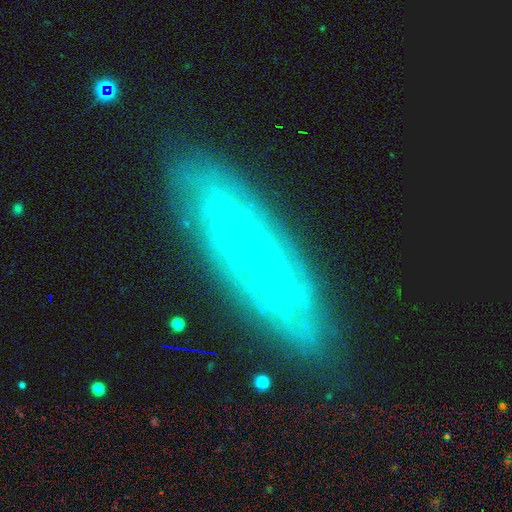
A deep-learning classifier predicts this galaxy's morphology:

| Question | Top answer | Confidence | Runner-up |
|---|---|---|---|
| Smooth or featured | featured or disk | 61% | smooth (28%) |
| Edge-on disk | no | 69% | yes (31%) |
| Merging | none | 81% | minor disturbance (13%) |